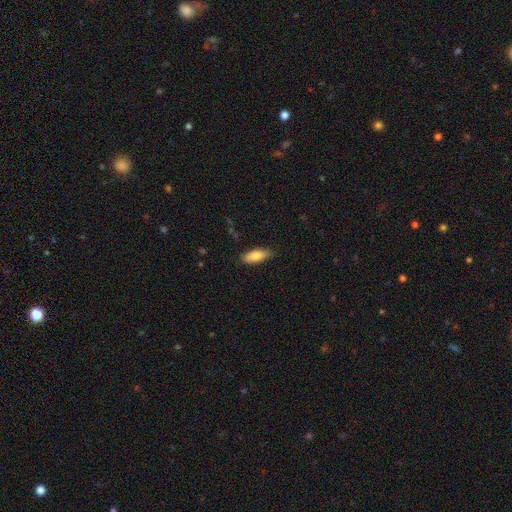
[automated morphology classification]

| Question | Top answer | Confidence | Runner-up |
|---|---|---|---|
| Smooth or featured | smooth | 80% | featured or disk (14%) |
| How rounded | in between | 71% | cigar-shaped (27%) |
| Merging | none | 80% | minor disturbance (16%) |